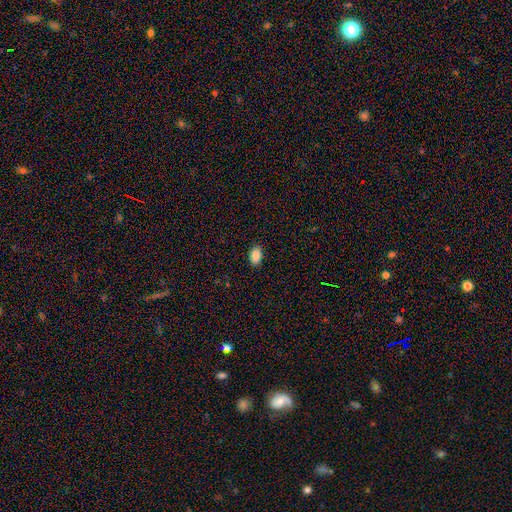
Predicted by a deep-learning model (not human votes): smooth-or-featured: smooth: 88% | star or artifact: 8% | featured or disk: 4%
  how-rounded: in between: 92% | round: 6% | cigar-shaped: 2%
  merging: none: 89% | minor disturbance: 8% | major disturbance: 2% | merger: 1%